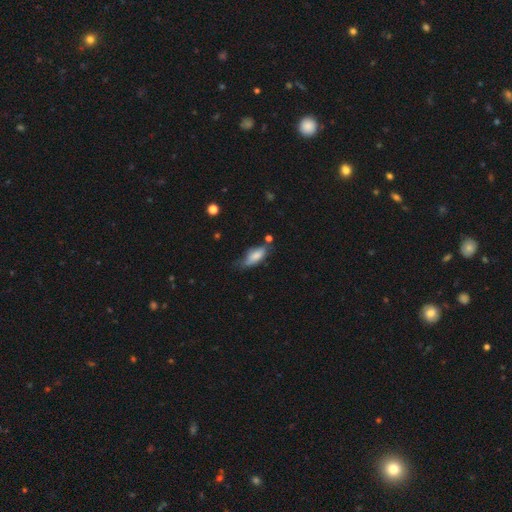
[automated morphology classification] The model was most divided on "merging": none: 47%, minor disturbance: 36%, major disturbance: 11%, merger: 6%. More confident: smooth or featured — smooth (78%); how rounded — in between (77%).